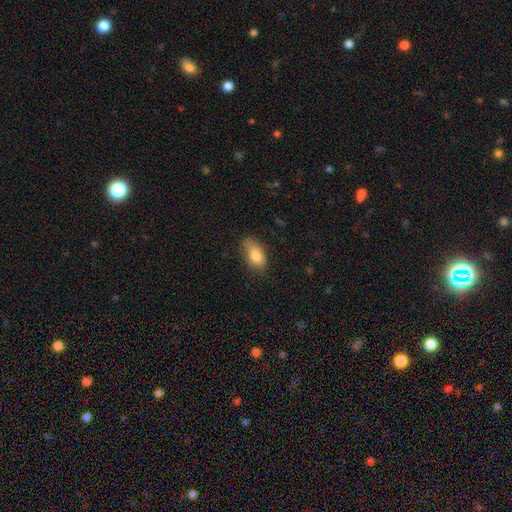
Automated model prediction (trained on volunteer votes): smooth-or-featured: smooth: 82% | featured or disk: 11% | star or artifact: 7%
  how-rounded: in between: 91% | round: 5% | cigar-shaped: 4%
  merging: none: 65% | minor disturbance: 27% | major disturbance: 7% | merger: 1%